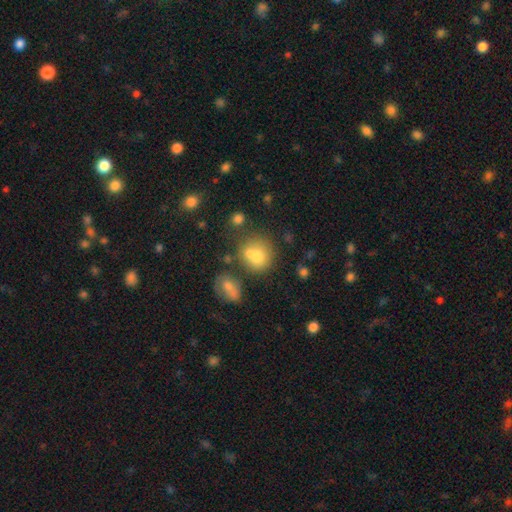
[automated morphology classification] Smooth or featured: smooth — 71% (featured or disk — 16%)
How rounded: round — 76% (in between — 23%)
Merging: none — 46% (merger — 37%)